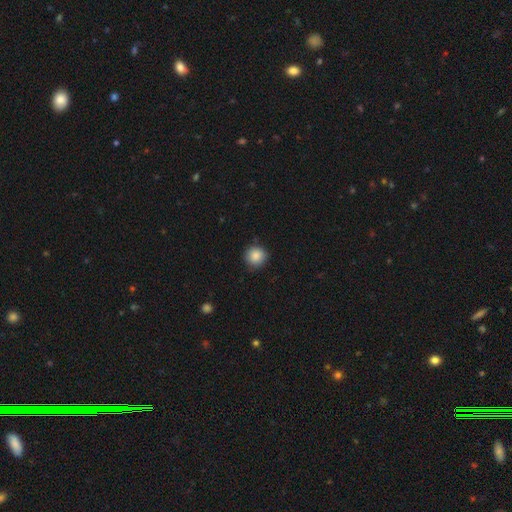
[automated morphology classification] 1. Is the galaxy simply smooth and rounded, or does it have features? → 87% smooth, 9% star or artifact, 4% featured or disk.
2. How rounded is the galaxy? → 92% round, 7% in between, 1% cigar-shaped.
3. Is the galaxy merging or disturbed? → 87% none, 10% minor disturbance, 2% major disturbance, 1% merger.